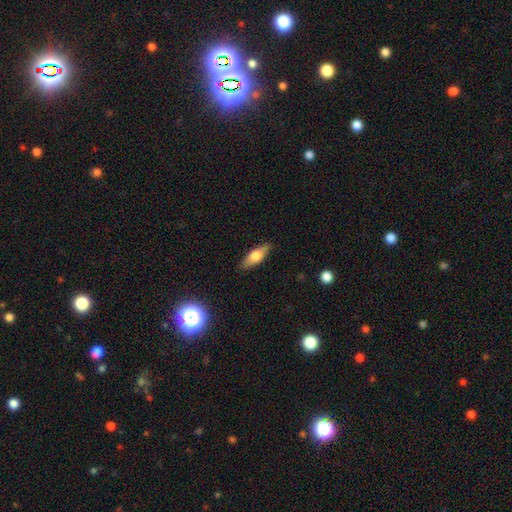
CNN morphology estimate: smooth 61%, featured or disk 33%, star or artifact 7%. Down the decision tree: how rounded — in between (58%); merging — none (87%).